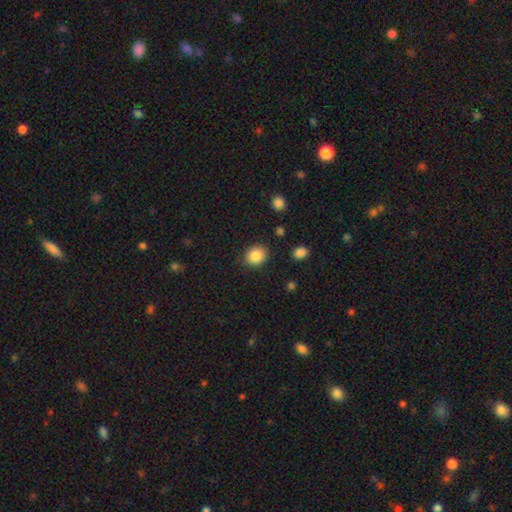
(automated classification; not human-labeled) A smooth galaxy with no disk features (85%) that is round (69%).

Vote fractions:
- Smooth or featured? smooth: 85% / star or artifact: 9% / featured or disk: 6%
- How rounded? round: 69% / in between: 30% / cigar-shaped: 1%
- Merging? none: 87% / minor disturbance: 9% / major disturbance: 2% / merger: 2%